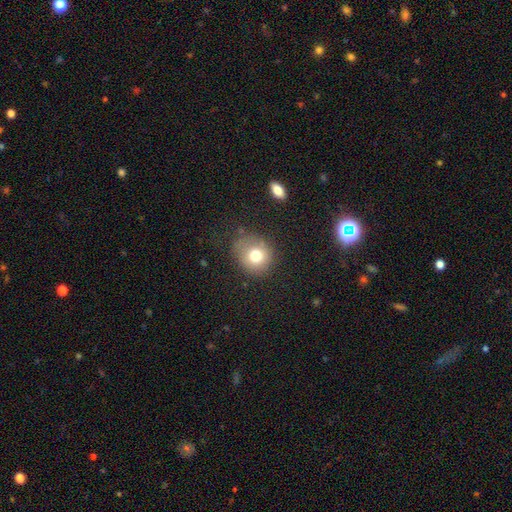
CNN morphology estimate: Smooth or featured: smooth — 75% (featured or disk — 13%)
How rounded: round — 79% (in between — 20%)
Merging: none — 70% (minor disturbance — 19%)